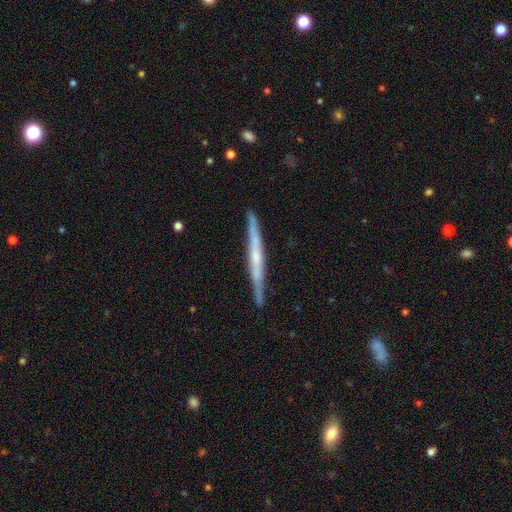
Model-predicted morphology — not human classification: A featured or disk galaxy (68%) viewed edge-on (96%) with no central bulge (54%). Merging: none (87%).